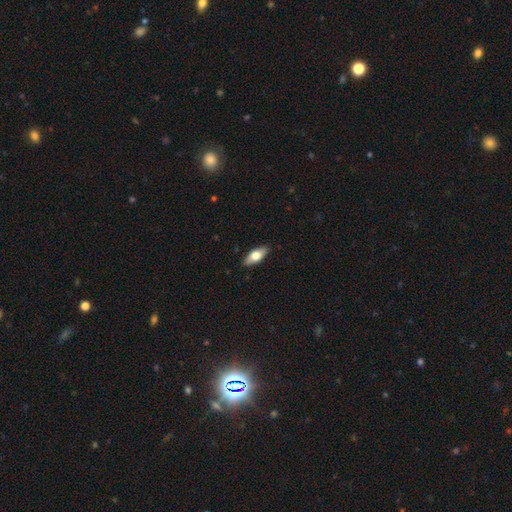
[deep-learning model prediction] smooth 67%, featured or disk 27%, star or artifact 6%. Down the decision tree: how rounded — in between (79%); merging — none (88%).